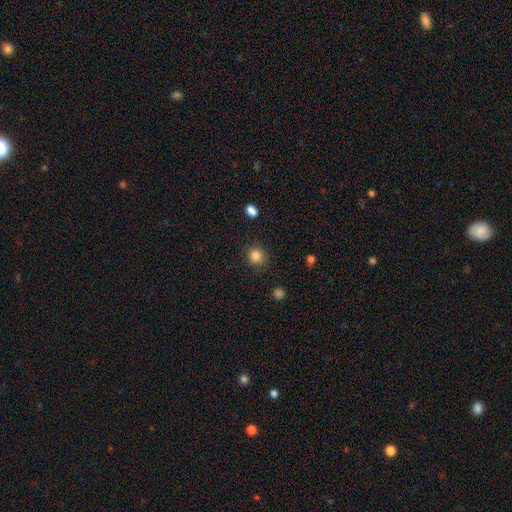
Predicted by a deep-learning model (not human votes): A smooth galaxy with no disk features (84%) that is round (88%). Merging: none (88%).